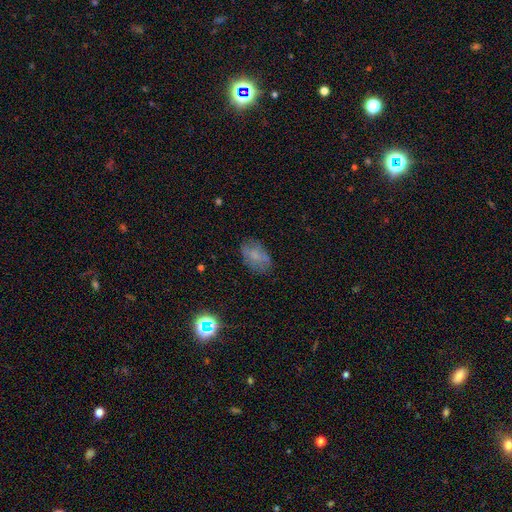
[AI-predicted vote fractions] A smooth galaxy with no disk features (63%) that is in between round and cigar-shaped (86%).

Vote fractions:
- Smooth or featured? smooth: 63% / featured or disk: 23% / star or artifact: 13%
- How rounded? in between: 86% / round: 13% / cigar-shaped: 2%
- Merging? none: 71% / minor disturbance: 20% / major disturbance: 7% / merger: 2%